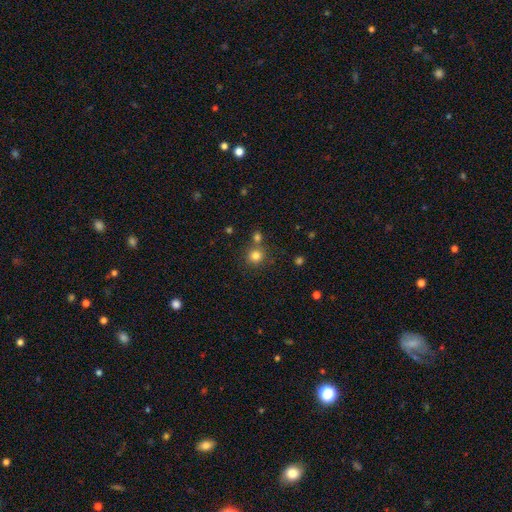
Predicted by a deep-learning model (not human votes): This appears to be a smooth galaxy with no disk features (81%) that is round (91%). Merging: none (71%).